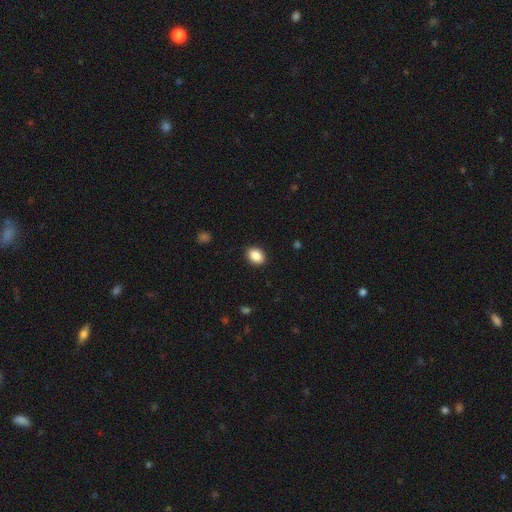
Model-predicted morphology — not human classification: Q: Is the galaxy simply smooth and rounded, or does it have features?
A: smooth — 88%.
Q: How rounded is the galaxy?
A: in between — 75%.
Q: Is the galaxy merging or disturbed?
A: none — 90%.